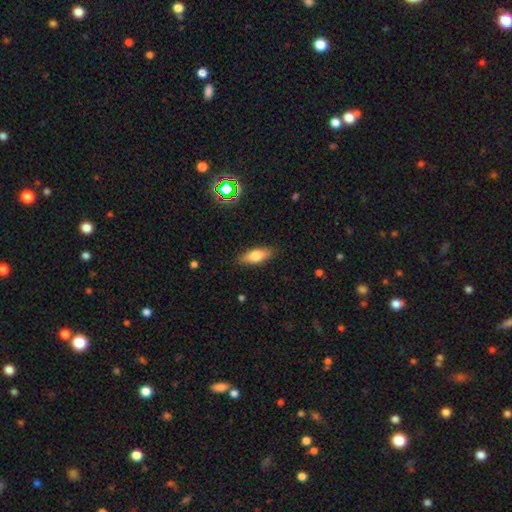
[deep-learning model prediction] Overall: smooth (72%). How rounded: in between (74%). Merging: none (87%).